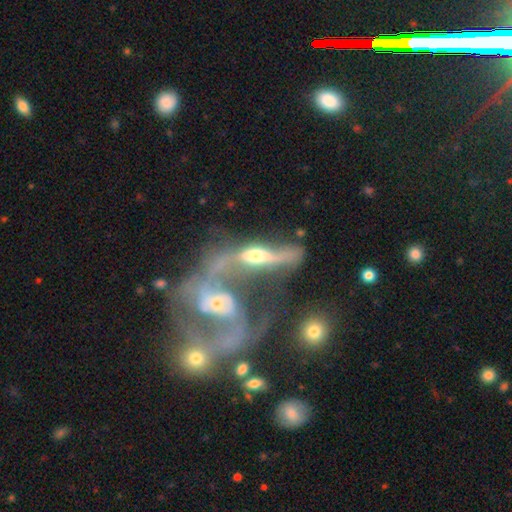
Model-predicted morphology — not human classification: Overall: featured or disk (72%). Edge-on disk: no (59%; yes 41%). Merging: merger (71%).